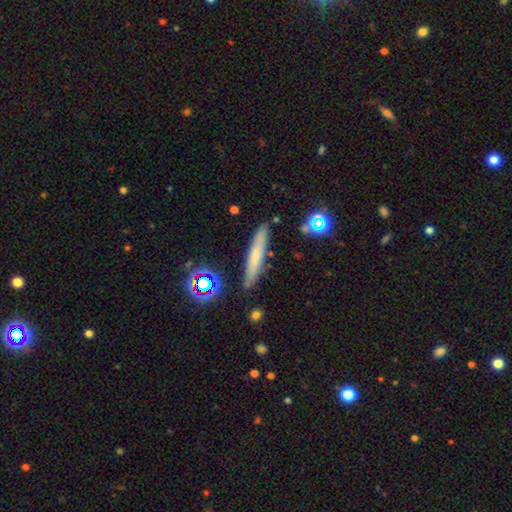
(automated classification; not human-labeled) smooth_or_featured: smooth (p=0.63) [alt: featured or disk p=0.26]
how_rounded: cigar-shaped (p=0.90) [alt: in between p=0.07]
merging: none (p=0.86) [alt: minor disturbance p=0.09]